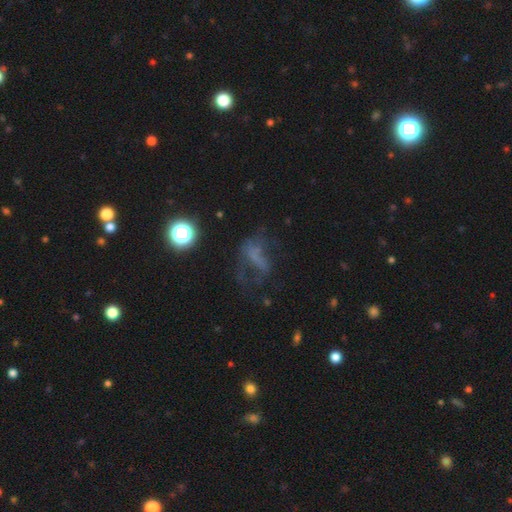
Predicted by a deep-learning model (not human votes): This is marginally a featured or disk galaxy (38%). Merging: marginally none (39%).